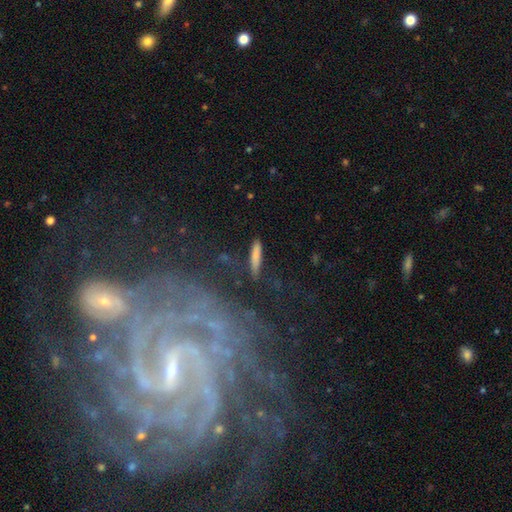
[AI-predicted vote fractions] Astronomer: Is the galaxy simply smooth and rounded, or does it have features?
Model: smooth — 80%.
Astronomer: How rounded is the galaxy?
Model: cigar-shaped — 86%.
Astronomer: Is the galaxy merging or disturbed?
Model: none — 80%.